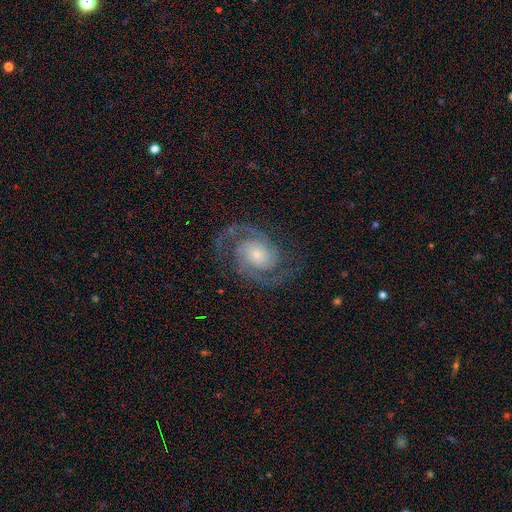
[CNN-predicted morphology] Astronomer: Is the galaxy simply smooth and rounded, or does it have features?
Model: featured or disk — 91%.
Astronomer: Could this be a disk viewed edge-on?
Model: no — 98%.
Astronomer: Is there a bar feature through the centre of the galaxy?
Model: no — 67%.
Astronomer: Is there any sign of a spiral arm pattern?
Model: yes — 98%.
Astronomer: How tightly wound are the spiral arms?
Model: medium — 47% (runner-up: tight, 45%).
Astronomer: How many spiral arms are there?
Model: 2 — 90%.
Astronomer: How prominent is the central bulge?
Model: small — 54% (runner-up: moderate, 36%).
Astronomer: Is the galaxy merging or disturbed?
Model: none — 82%.